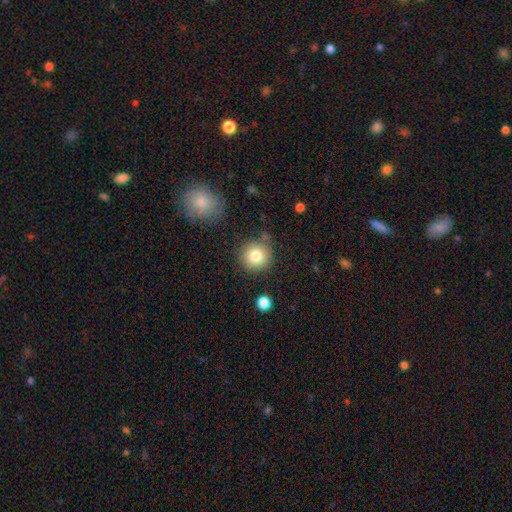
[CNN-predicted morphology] Smooth or featured: smooth — 82% (star or artifact — 10%)
How rounded: round — 94% (in between — 5%)
Merging: none — 81% (minor disturbance — 10%)